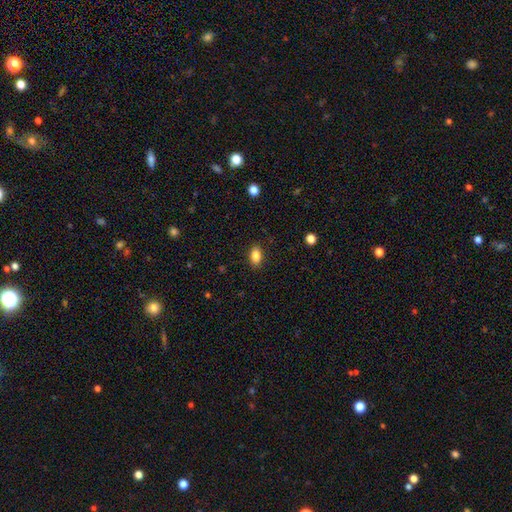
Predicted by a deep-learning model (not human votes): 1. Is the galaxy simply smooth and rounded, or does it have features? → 85% smooth, 9% star or artifact, 6% featured or disk.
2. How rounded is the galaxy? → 88% in between, 10% round, 2% cigar-shaped.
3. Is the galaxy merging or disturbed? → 88% none, 9% minor disturbance, 2% major disturbance, 1% merger.